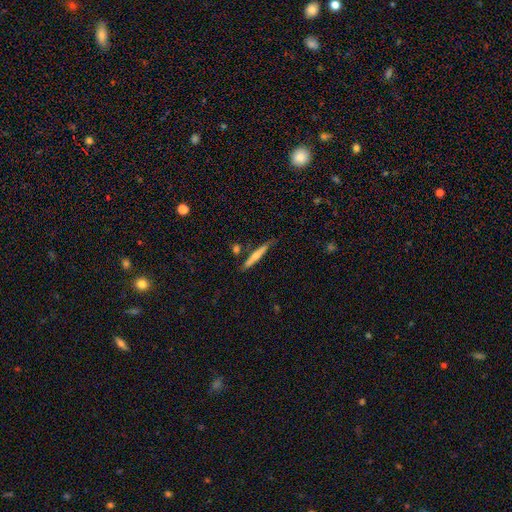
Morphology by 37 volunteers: Smooth or featured: smooth — 57% (featured or disk — 41%)
How rounded: cigar-shaped — 90% (in between — 10%)
Merging: none — 75% (minor disturbance — 17%)